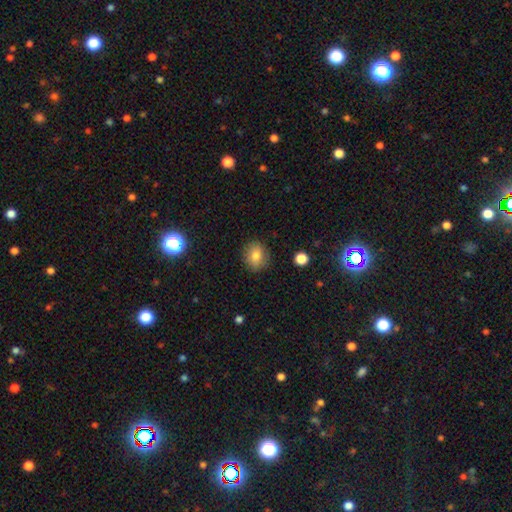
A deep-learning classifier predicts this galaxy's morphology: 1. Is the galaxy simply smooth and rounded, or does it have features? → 80% smooth, 10% star or artifact, 10% featured or disk.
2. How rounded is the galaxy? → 67% round, 32% in between, 1% cigar-shaped.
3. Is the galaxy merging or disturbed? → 86% none, 10% minor disturbance, 3% major disturbance, 1% merger.